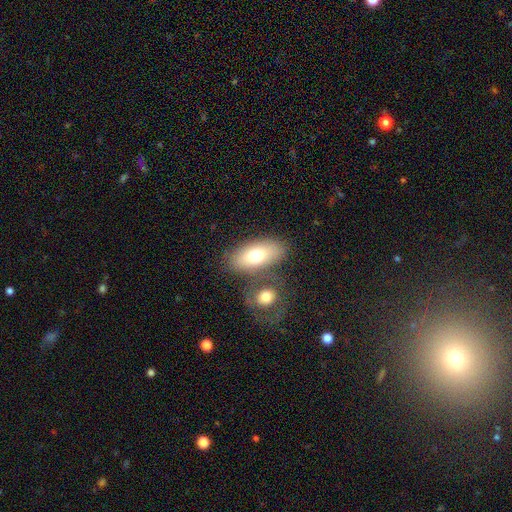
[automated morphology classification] A smooth galaxy with no disk features (71%) that is in between round and cigar-shaped (89%).

Vote fractions:
- Smooth or featured? smooth: 71% / featured or disk: 21% / star or artifact: 8%
- How rounded? in between: 89% / round: 6% / cigar-shaped: 5%
- Merging? none: 64% / merger: 19% / minor disturbance: 12% / major disturbance: 5%